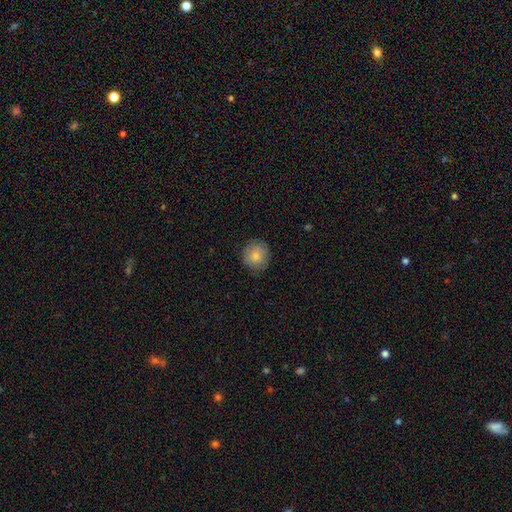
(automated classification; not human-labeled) Morphology: type=smooth (83%); roundness=round (90%); merging=none (85%).